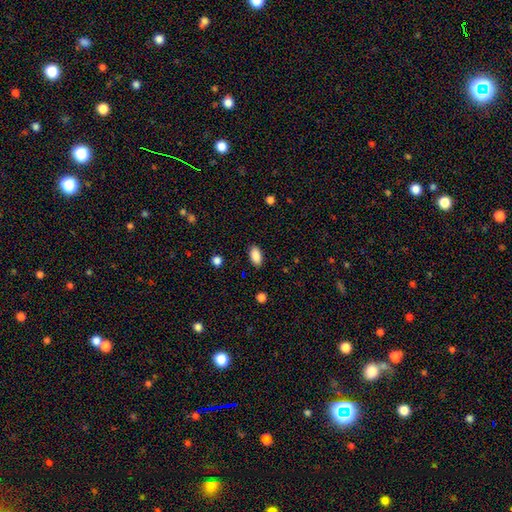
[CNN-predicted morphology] Smooth or featured? Predicted: smooth (p=0.88). How rounded? Predicted: in between (p=0.93). Merging? Predicted: none (p=0.87).